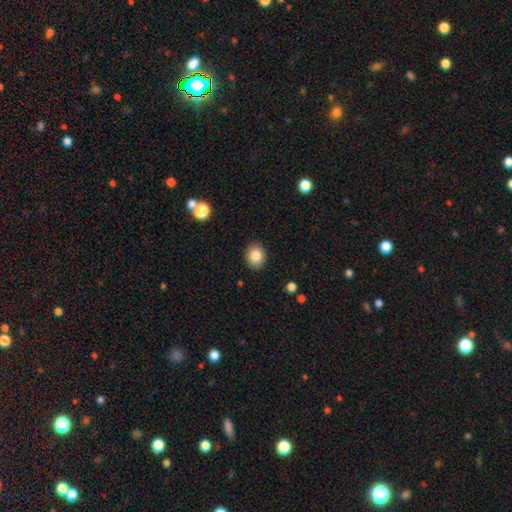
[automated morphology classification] Overall: smooth (84%). How rounded: round (53%; in between 46%). Merging: none (89%).